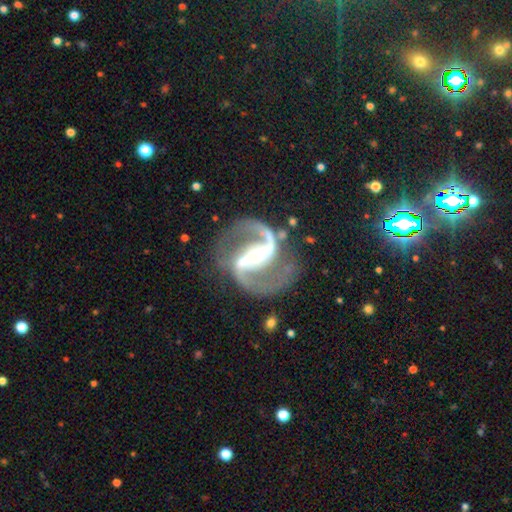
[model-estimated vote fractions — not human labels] Smooth or featured: featured or disk — 93% (star or artifact — 5%)
Edge-on disk: no — 98% (yes — 2%)
Bar: strong — 69% (weak — 22%)
Spiral arms: yes — 98% (no — 2%)
Spiral winding: medium — 63% (loose — 24%)
Spiral arm count: 2 — 95% (can't tell — 1%)
Bulge size: small — 49% (moderate — 42%)
Merging: none — 79% (minor disturbance — 12%)